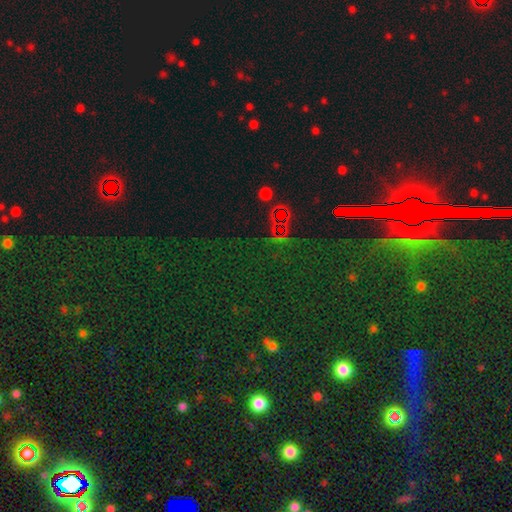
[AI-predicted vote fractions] smooth-or-featured: star or artifact: 77% | smooth: 14% | featured or disk: 9%